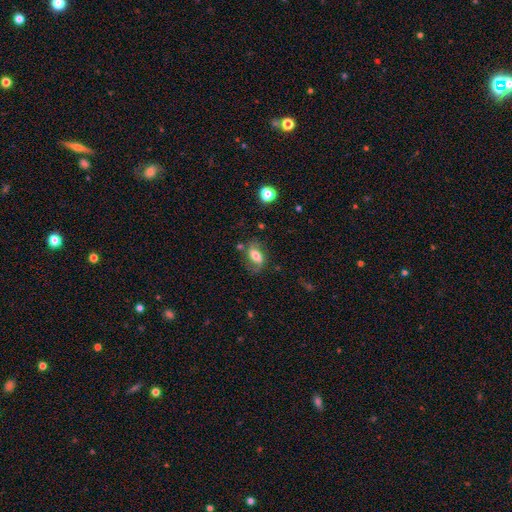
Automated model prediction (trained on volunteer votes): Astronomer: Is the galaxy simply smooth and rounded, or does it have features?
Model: featured or disk — 46% (runner-up: smooth, 45%).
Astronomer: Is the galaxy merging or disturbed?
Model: none — 60%.